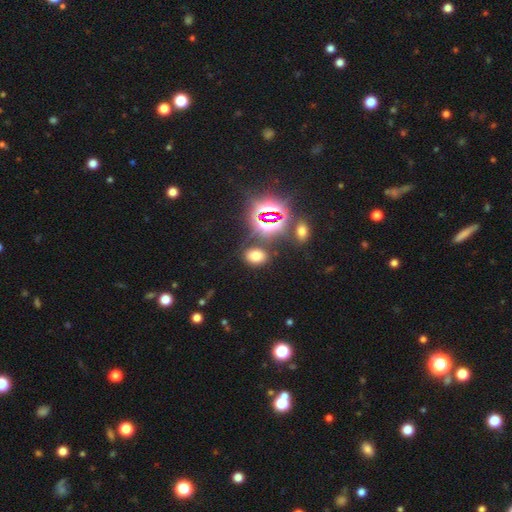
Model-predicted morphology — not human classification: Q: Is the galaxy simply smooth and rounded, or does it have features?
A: smooth — 61%.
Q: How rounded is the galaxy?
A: in between — 70%.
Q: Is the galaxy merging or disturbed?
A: none — 80%.